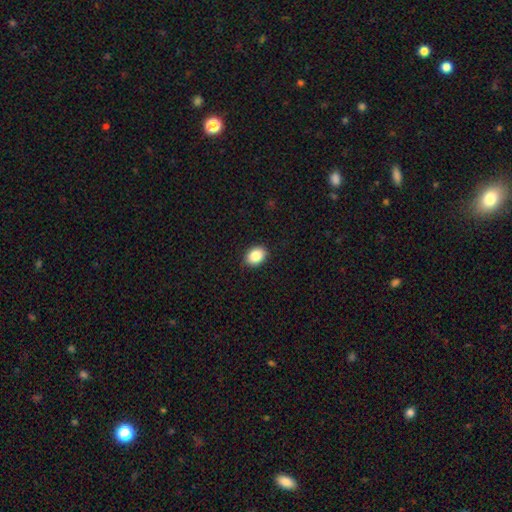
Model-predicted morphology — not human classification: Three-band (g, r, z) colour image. It shows a smooth galaxy with no disk features (87%) that is in between round and cigar-shaped (68%). Merging: none (89%).